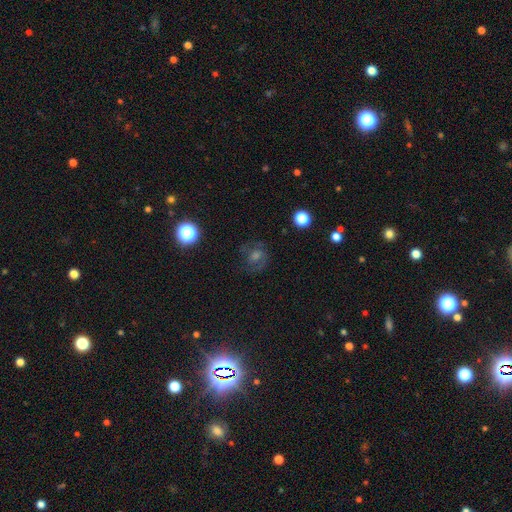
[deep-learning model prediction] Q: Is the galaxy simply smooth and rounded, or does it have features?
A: featured or disk — 46%.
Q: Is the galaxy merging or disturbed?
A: none — 75%.